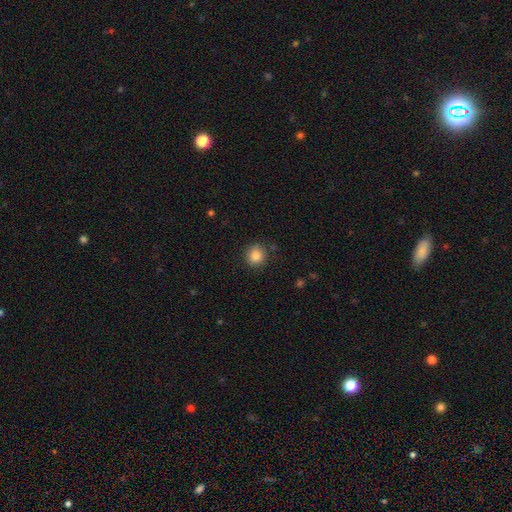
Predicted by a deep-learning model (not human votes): smooth_or_featured: smooth (p=0.85) [alt: star or artifact p=0.10]
how_rounded: round (p=0.89) [alt: in between p=0.10]
merging: none (p=0.86) [alt: minor disturbance p=0.09]